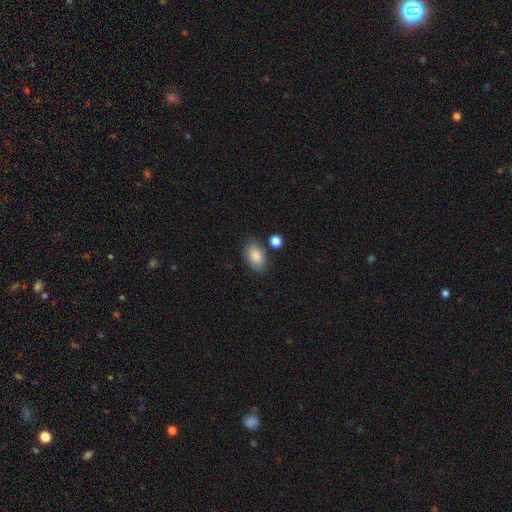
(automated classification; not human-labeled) This is clearly a smooth galaxy (85%). How rounded: clearly in between (90%). Merging: likely none (74%).